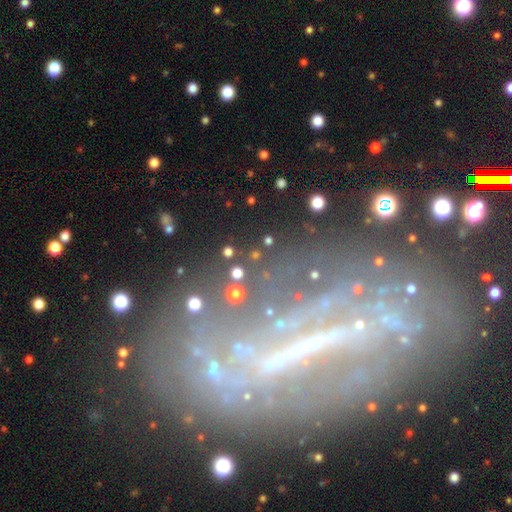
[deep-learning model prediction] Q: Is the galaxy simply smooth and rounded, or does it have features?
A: featured or disk — 64%.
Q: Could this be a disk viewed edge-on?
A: no — 73%.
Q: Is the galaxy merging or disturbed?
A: none — 65%.